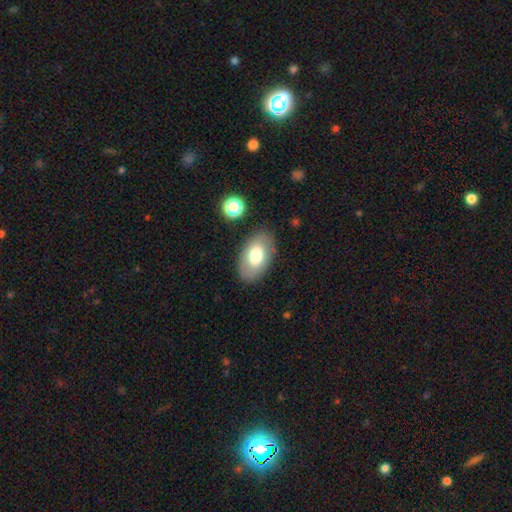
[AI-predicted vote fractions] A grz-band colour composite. It shows a smooth galaxy with no disk features (73%) that is in between round and cigar-shaped (93%). Merging: none (83%).